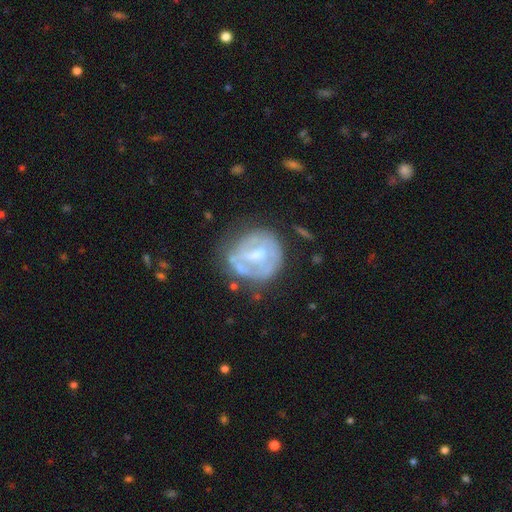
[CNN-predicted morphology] Smooth or featured: featured or disk — 66% (smooth — 27%)
Edge-on disk: no — 97% (yes — 3%)
Bar: weak — 46% (no — 29%)
Spiral arms: no — 56% (yes — 44%)
Bulge size: moderate — 52% (small — 27%)
Merging: none — 59% (minor disturbance — 23%)